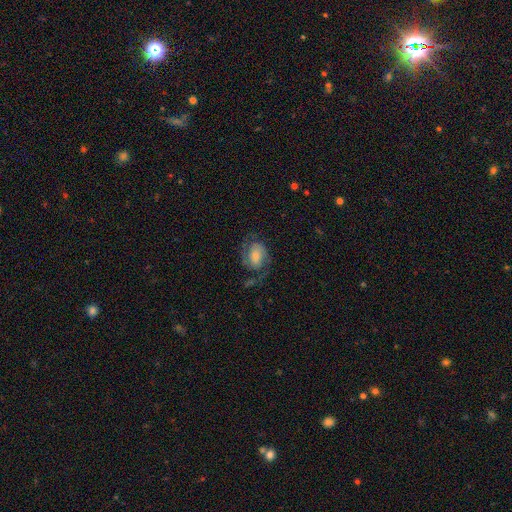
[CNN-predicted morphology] Q: Smooth or featured?
A: featured or disk (69%); runner-up: smooth (23%)
Q: Edge-on disk?
A: no (97%); runner-up: yes (3%)
Q: Bar?
A: no (53%); runner-up: weak (36%)
Q: Spiral arms?
A: yes (92%); runner-up: no (8%)
Q: Spiral winding?
A: medium (49%); runner-up: loose (31%)
Q: Spiral arm count?
A: 2 (88%); runner-up: can't tell (4%)
Q: Bulge size?
A: moderate (28%); runner-up: small (27%)
Q: Merging?
A: none (60%); runner-up: major disturbance (20%)